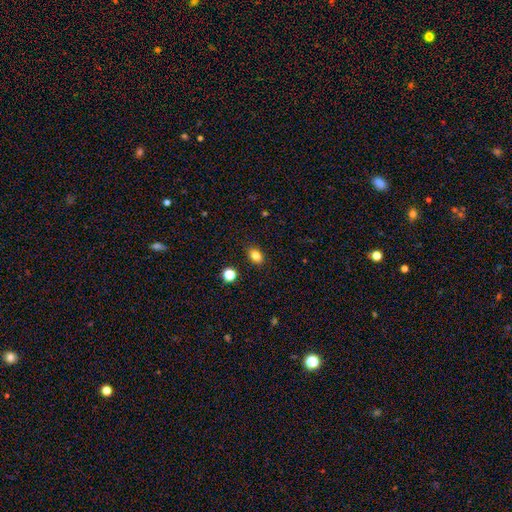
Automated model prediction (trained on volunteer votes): Morphology: type=smooth (82%); roundness=in between (74%); merging=none (88%).